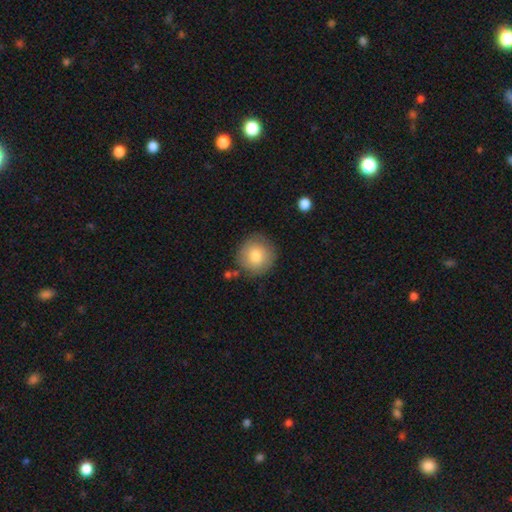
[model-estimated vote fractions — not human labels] This is clearly a smooth galaxy (81%). How rounded: clearly round (93%). Merging: clearly none (83%).